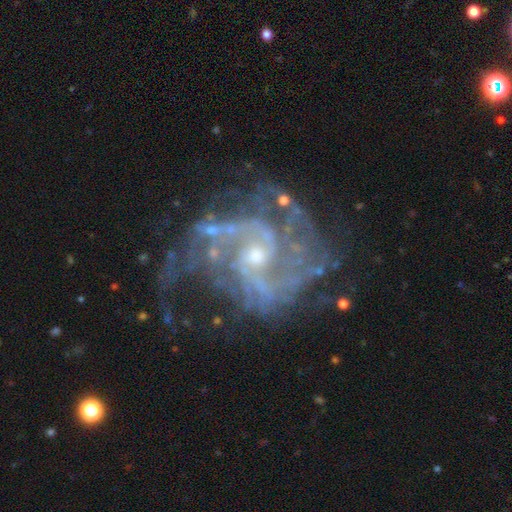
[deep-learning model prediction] A featured or disk galaxy (90%) with no bar (52%), 2 (53%) medium (50%) spiral arms (97%) and a small central bulge (62%). Merging: none (55%).